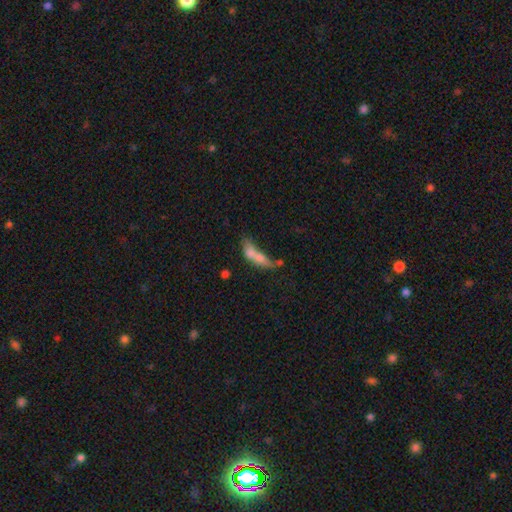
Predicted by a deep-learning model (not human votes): The model was most divided on "how rounded": in between: 51%, cigar-shaped: 43%, round: 6%. More confident: smooth or featured — smooth (60%); merging — merger (53%).